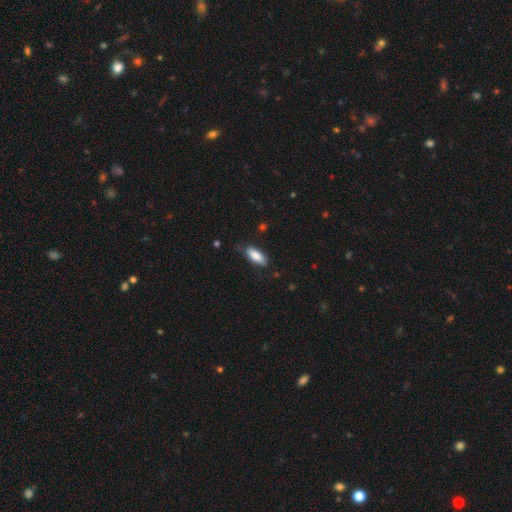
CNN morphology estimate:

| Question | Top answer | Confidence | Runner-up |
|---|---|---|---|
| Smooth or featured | smooth | 84% | featured or disk (10%) |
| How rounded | in between | 77% | cigar-shaped (22%) |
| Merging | none | 75% | minor disturbance (20%) |